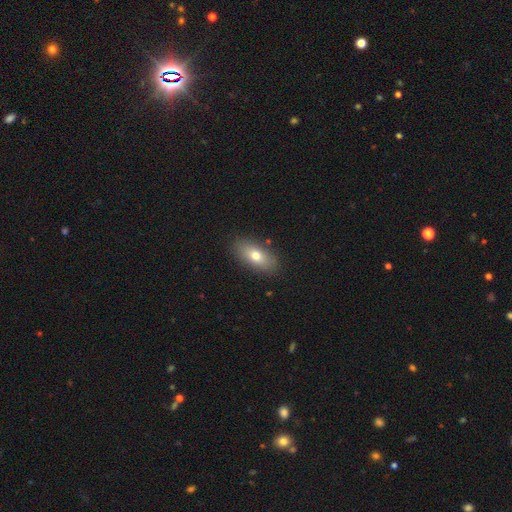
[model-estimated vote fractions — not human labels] Smooth or featured? smooth (73%)
How rounded? in between (85%)
Merging? none (86%)